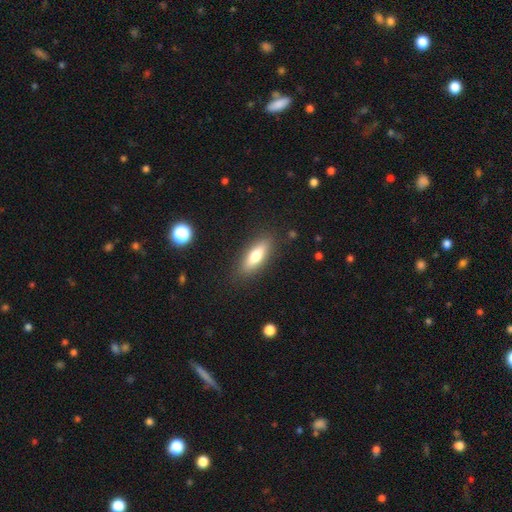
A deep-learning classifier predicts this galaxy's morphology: smooth_or_featured: smooth (p=0.72) [alt: featured or disk p=0.21]
how_rounded: in between (p=0.57) [alt: cigar-shaped p=0.41]
merging: none (p=0.86) [alt: minor disturbance p=0.10]